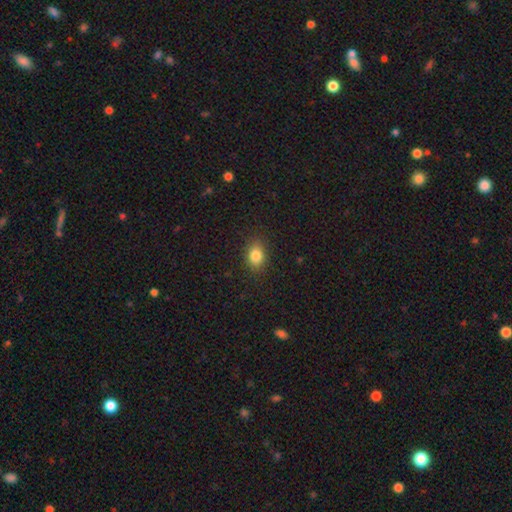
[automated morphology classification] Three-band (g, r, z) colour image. It shows a smooth galaxy with no disk features (84%) that is in between round and cigar-shaped (67%). Merging: none (86%).